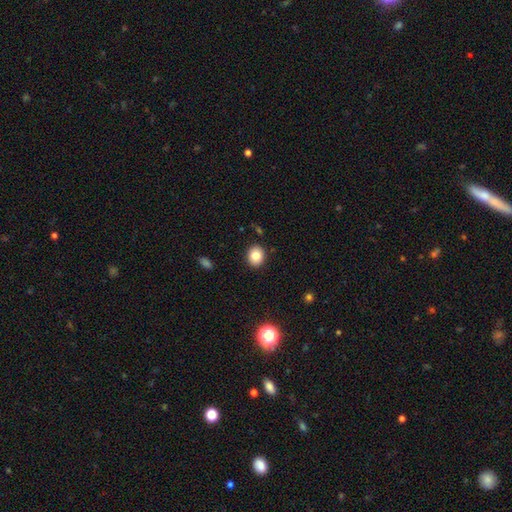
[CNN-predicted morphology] Smooth or featured?
  - smooth: 83% *
  - star or artifact: 10%
  - featured or disk: 7%
How rounded?
  - round: 69% *
  - in between: 31%
  - cigar-shaped: 1%
Merging?
  - none: 90% *
  - minor disturbance: 6%
  - major disturbance: 2%
  - merger: 1%